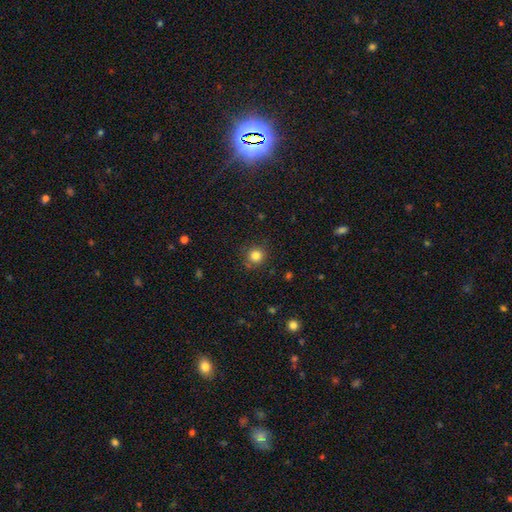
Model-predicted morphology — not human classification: This is clearly a smooth galaxy (83%). How rounded: clearly round (92%). Merging: clearly none (83%).